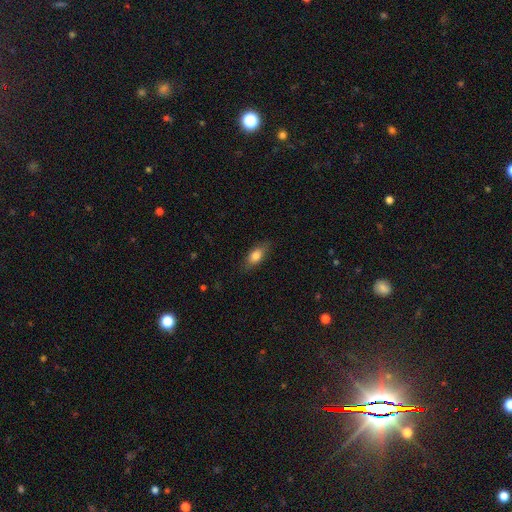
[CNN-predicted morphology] The model was most divided on "how rounded": in between: 79%, cigar-shaped: 17%, round: 4%. More confident: merging — none (81%); smooth or featured — smooth (79%).